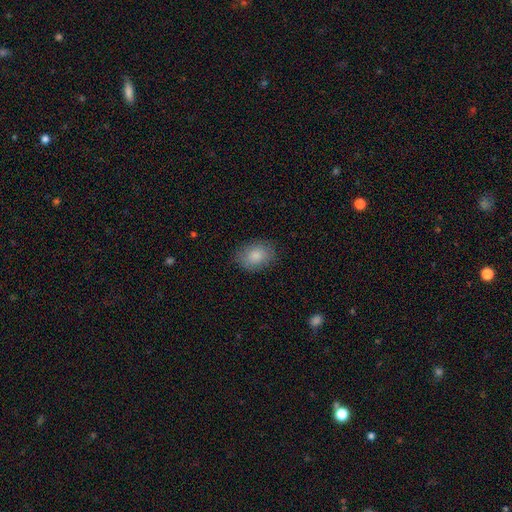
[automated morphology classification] smooth 85%, featured or disk 8%, star or artifact 7%. Down the decision tree: how rounded — in between (69%); merging — none (84%).